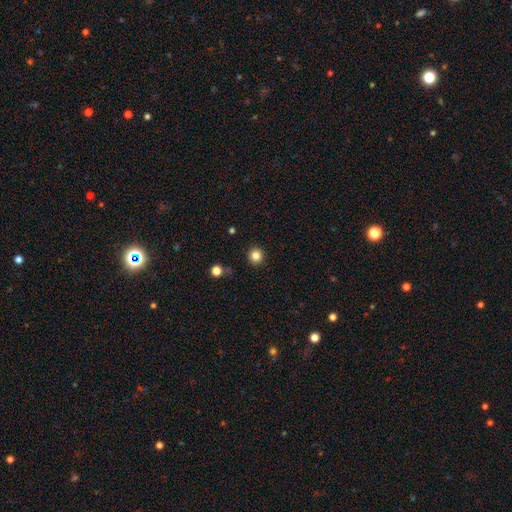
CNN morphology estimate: Smooth or featured?
  - smooth: 84% *
  - star or artifact: 12%
  - featured or disk: 4%
How rounded?
  - round: 93% *
  - in between: 6%
  - cigar-shaped: 1%
Merging?
  - none: 91% *
  - minor disturbance: 6%
  - major disturbance: 2%
  - merger: 1%